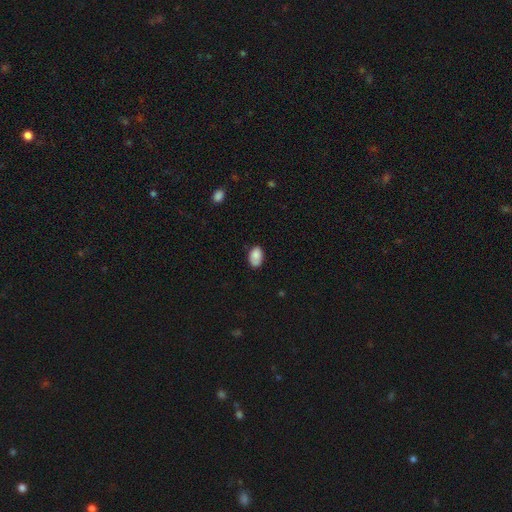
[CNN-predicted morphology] Smooth or featured: smooth — 85% (featured or disk — 8%)
How rounded: in between — 89% (round — 10%)
Merging: none — 71% (minor disturbance — 23%)